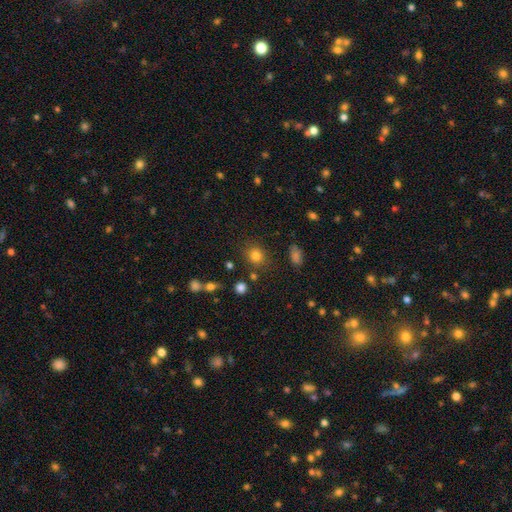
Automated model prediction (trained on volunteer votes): A smooth galaxy with no disk features (81%) that is round (75%). Merging: none (81%).